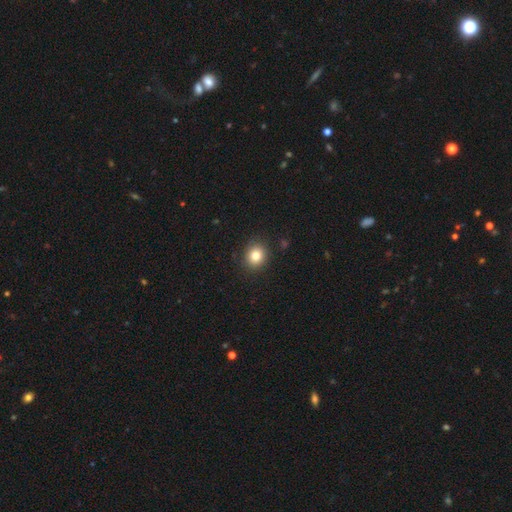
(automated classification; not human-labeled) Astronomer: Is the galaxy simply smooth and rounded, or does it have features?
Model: smooth — 83%.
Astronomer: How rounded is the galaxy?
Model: round — 73%.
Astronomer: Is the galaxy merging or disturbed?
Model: none — 88%.